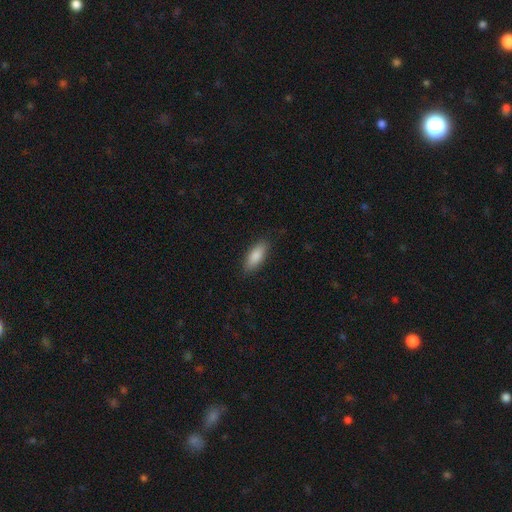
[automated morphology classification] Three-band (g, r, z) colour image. It shows a smooth galaxy with no disk features (87%) that is in between round and cigar-shaped (78%). Merging: none (87%).